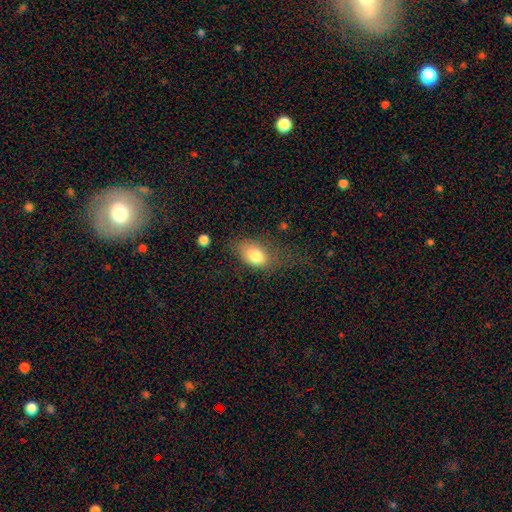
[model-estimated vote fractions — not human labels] Morphology: type=smooth (79%); roundness=in between (85%); merging=none (47%).